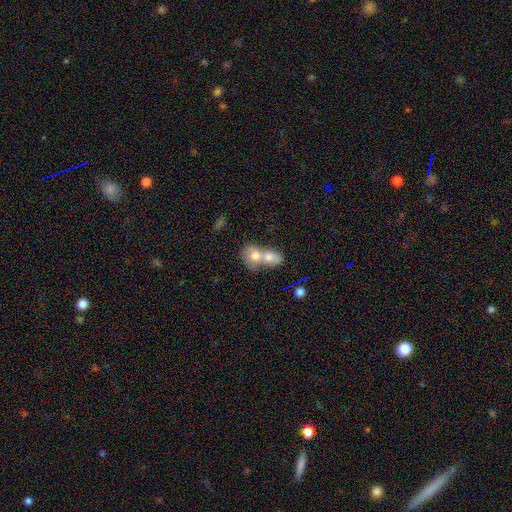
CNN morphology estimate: Smooth or featured?
  - smooth: 73% *
  - featured or disk: 20%
  - star or artifact: 8%
How rounded?
  - in between: 53% *
  - round: 45%
  - cigar-shaped: 2%
Merging?
  - merger: 81% *
  - none: 12%
  - minor disturbance: 4%
  - major disturbance: 3%